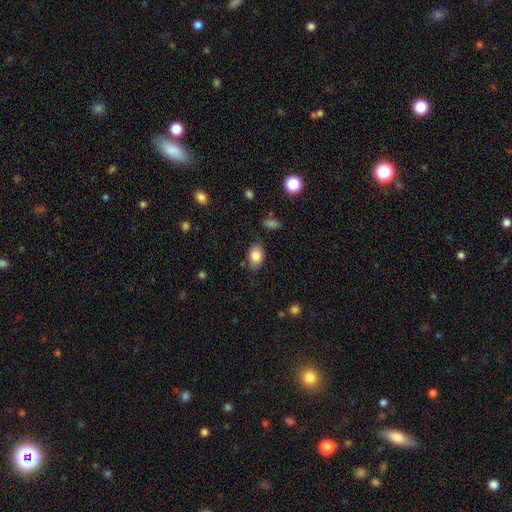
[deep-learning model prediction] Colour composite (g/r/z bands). It shows a smooth galaxy with no disk features (84%) that is in between round and cigar-shaped (87%). Merging: none (81%).